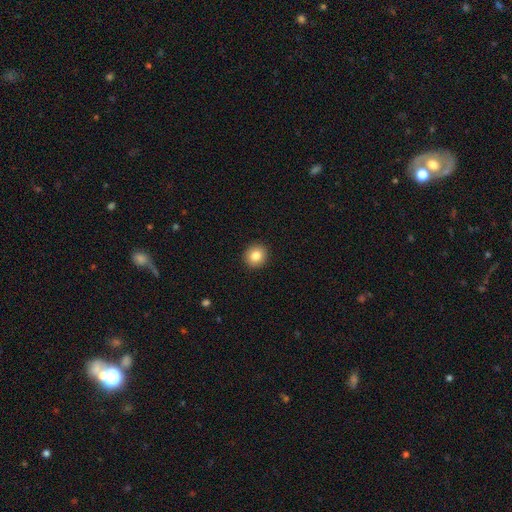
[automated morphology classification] type=smooth (83%); roundness=round (87%); merging=none (93%).